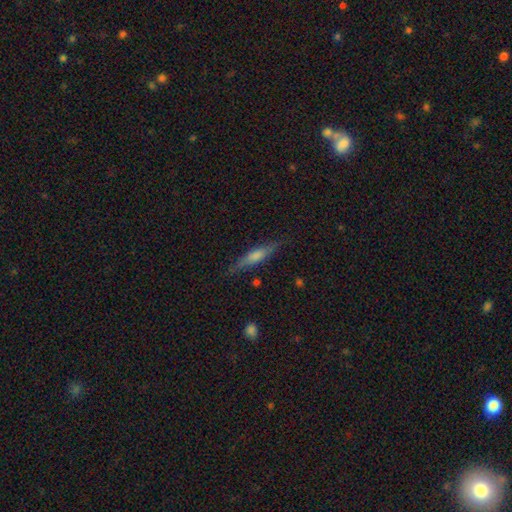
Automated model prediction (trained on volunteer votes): featured or disk 67%, smooth 23%, star or artifact 10%. Down the decision tree: edge-on disk — yes (95%); edge-on bulge — rounded (77%); merging — none (86%).